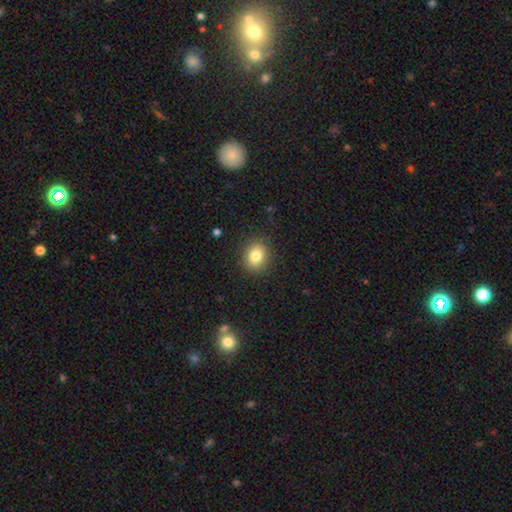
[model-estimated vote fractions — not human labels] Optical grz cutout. It shows a smooth galaxy with no disk features (82%) that is round (62%). Merging: none (88%).